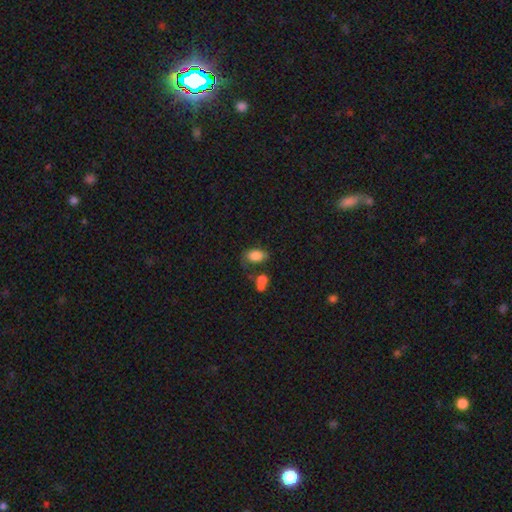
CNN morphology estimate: Smooth or featured? Predicted: smooth (p=0.82). How rounded? Predicted: in between (p=0.89). Merging? Predicted: none (p=0.50).